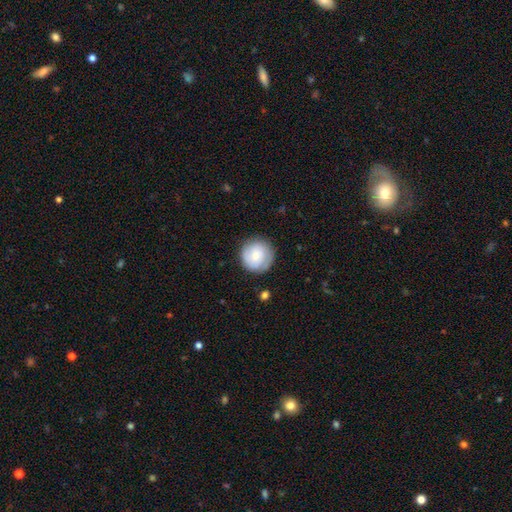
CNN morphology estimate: smooth_or_featured: smooth (p=0.58) [alt: featured or disk p=0.35]
how_rounded: round (p=0.93) [alt: in between p=0.06]
merging: none (p=0.82) [alt: minor disturbance p=0.13]